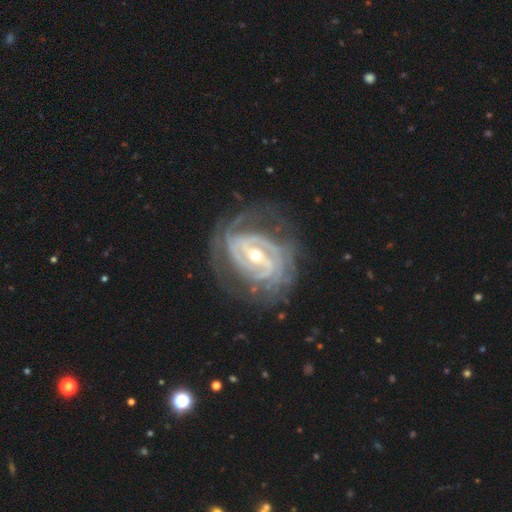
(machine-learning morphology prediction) A featured or disk galaxy (92%) with a strong bar (47%), 2 (32%) tight (66%) spiral arms (98%) and a small central bulge (54%).

Vote fractions:
- Smooth or featured? featured or disk: 92% / star or artifact: 5% / smooth: 4%
- Edge-on disk? no: 97% / yes: 3%
- Bar? strong: 47% / weak: 38% / no: 16%
- Spiral arms? yes: 98% / no: 2%
- Spiral winding? tight: 66% / medium: 28% / loose: 5%
- Spiral arm count? 2: 32% / 3: 22% / can't tell: 20% / 4: 14% / more than 4: 7% / 1: 6%
- Bulge size? small: 54% / moderate: 43% / large: 2% / none: 1% / dominant: 1%
- Merging? none: 70% / minor disturbance: 18% / major disturbance: 11% / merger: 1%